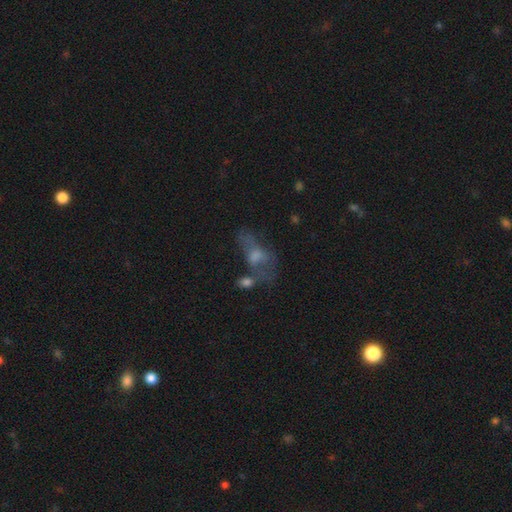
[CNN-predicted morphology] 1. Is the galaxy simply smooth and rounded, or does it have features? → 43% featured or disk, 38% smooth, 19% star or artifact.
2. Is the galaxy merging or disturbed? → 33% none, 26% merger, 24% major disturbance, 17% minor disturbance.